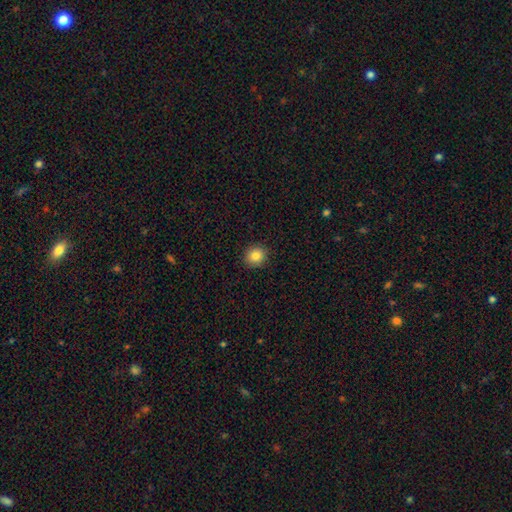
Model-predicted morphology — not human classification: This appears to be a smooth galaxy with no disk features (85%) that is round (83%). Merging: none (91%).